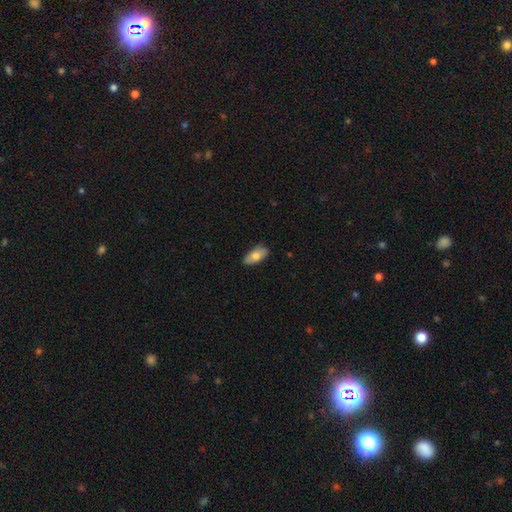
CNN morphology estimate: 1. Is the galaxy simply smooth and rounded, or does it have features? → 76% smooth, 18% featured or disk, 6% star or artifact.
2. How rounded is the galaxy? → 89% in between, 9% cigar-shaped, 3% round.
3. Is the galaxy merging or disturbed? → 83% none, 14% minor disturbance, 2% major disturbance, 1% merger.